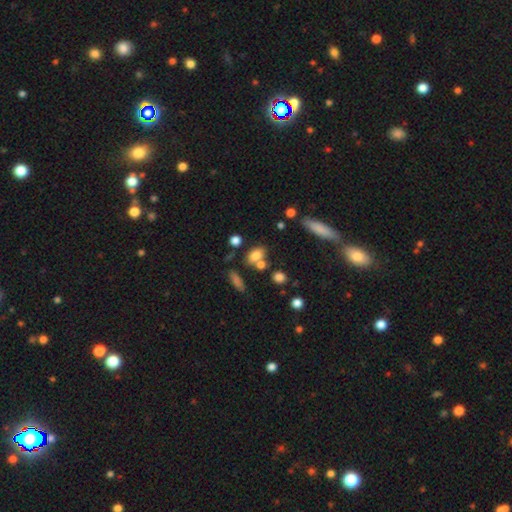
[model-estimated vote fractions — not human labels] smooth-or-featured: smooth: 77% | star or artifact: 12% | featured or disk: 11%
  how-rounded: in between: 78% | round: 17% | cigar-shaped: 5%
  merging: none: 57% | merger: 23% | minor disturbance: 15% | major disturbance: 5%